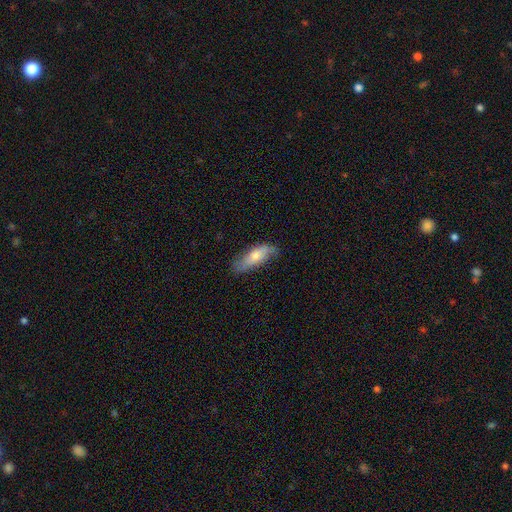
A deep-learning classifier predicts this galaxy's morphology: This is possibly a smooth galaxy (57%). How rounded: possibly in between (59%). Merging: likely none (69%).